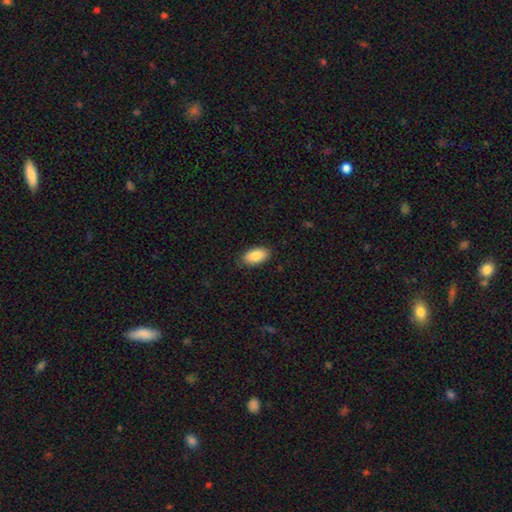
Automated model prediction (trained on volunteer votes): Smooth or featured: smooth — 88% (star or artifact — 6%)
How rounded: in between — 94% (round — 3%)
Merging: none — 86% (minor disturbance — 11%)